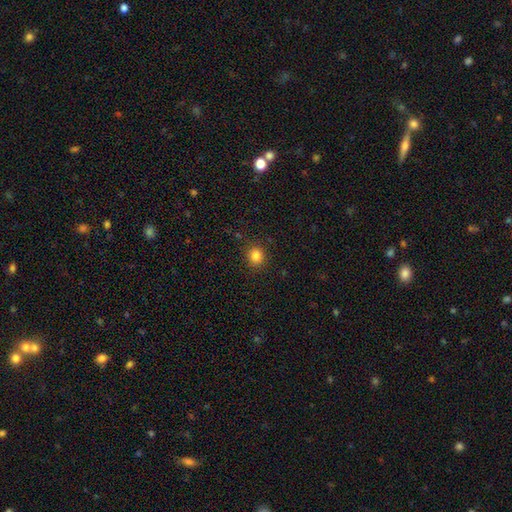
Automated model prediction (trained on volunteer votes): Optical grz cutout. It shows a smooth galaxy with no disk features (84%) that is round (82%). Merging: none (89%).